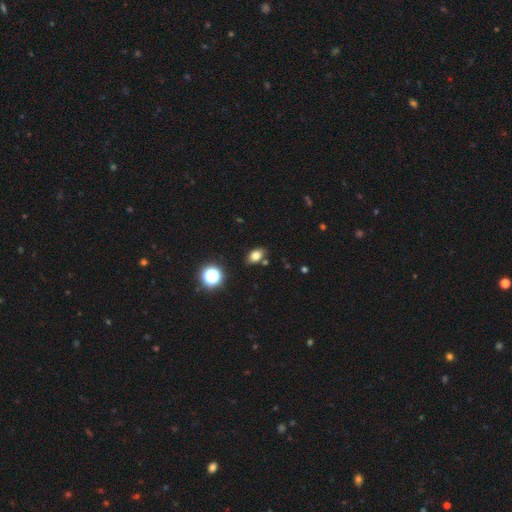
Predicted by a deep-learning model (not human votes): A smooth galaxy with no disk features (78%) that is in between round and cigar-shaped (82%). Merging: none (80%).